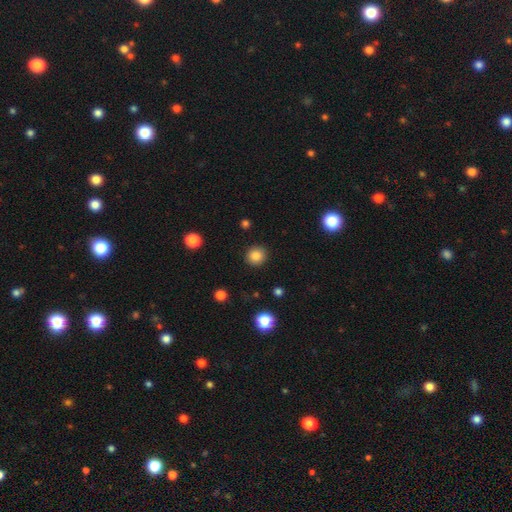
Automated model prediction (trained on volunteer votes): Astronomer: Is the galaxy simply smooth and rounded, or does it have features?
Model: smooth — 85%.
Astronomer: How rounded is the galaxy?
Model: round — 90%.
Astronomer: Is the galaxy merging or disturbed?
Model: none — 91%.